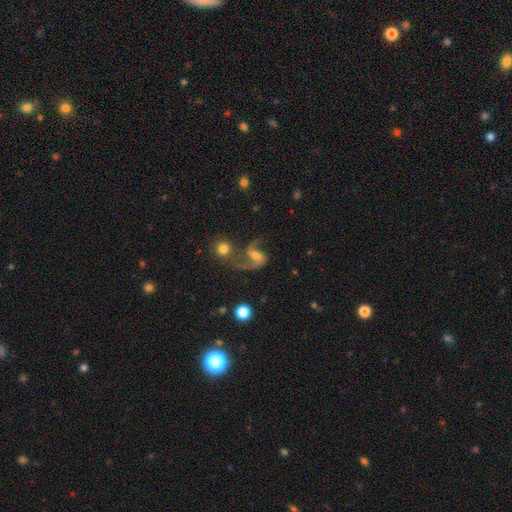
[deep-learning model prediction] Smooth or featured: featured or disk — 82% (smooth — 10%)
Edge-on disk: no — 98% (yes — 2%)
Bar: weak — 47% (no — 33%)
Spiral arms: yes — 95% (no — 5%)
Spiral winding: loose — 63% (medium — 32%)
Spiral arm count: 2 — 87% (1 — 7%)
Bulge size: moderate — 53% (small — 33%)
Merging: none — 46% (merger — 19%)